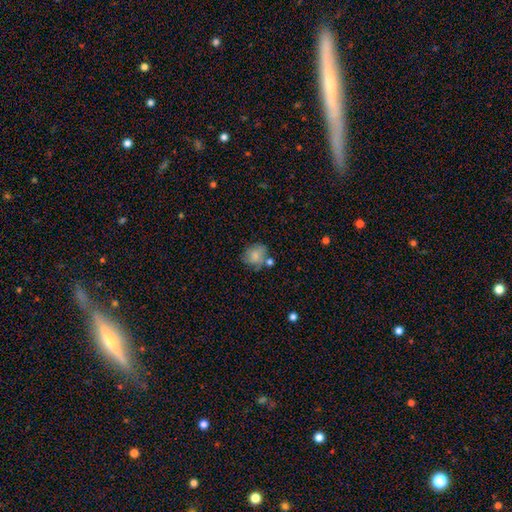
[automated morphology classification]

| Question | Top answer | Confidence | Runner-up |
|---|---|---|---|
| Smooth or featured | smooth | 73% | featured or disk (18%) |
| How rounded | round | 67% | in between (32%) |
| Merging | none | 55% | minor disturbance (22%) |